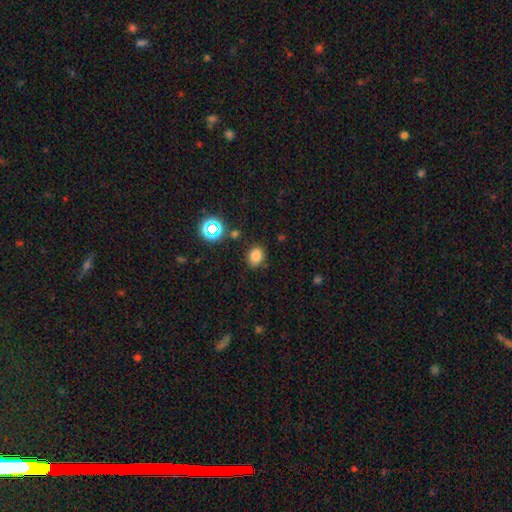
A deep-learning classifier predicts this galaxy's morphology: The model was most divided on "how rounded": round: 53%, in between: 46%, cigar-shaped: 1%. More confident: merging — none (81%); smooth or featured — smooth (78%).